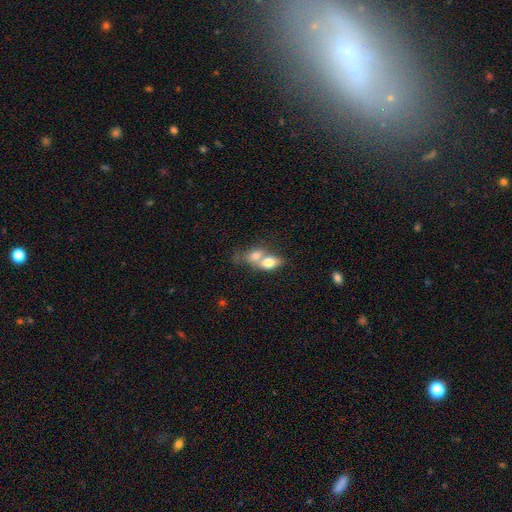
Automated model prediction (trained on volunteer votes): A smooth galaxy with no disk features (72%) that is in between round and cigar-shaped (73%). Merging: merger (75%).